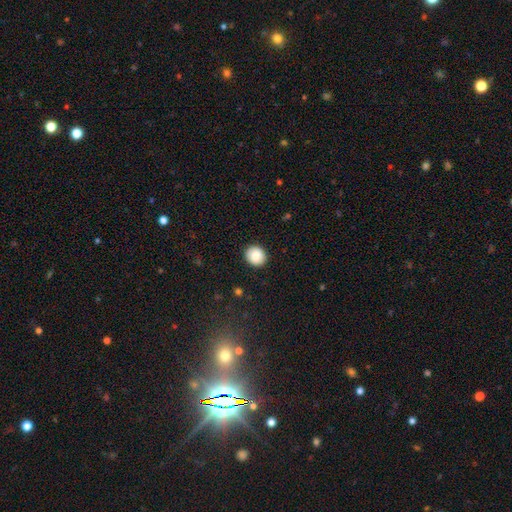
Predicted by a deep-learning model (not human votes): Overall: smooth (87%). How rounded: round (77%). Merging: none (90%).